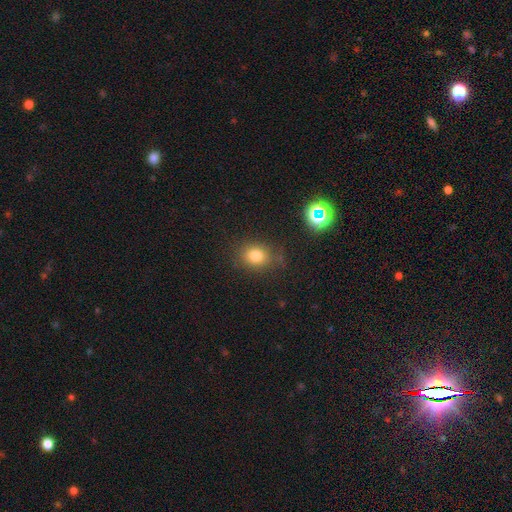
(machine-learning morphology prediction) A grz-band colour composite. It shows a smooth galaxy with no disk features (79%) that is round (59%). Merging: none (77%).